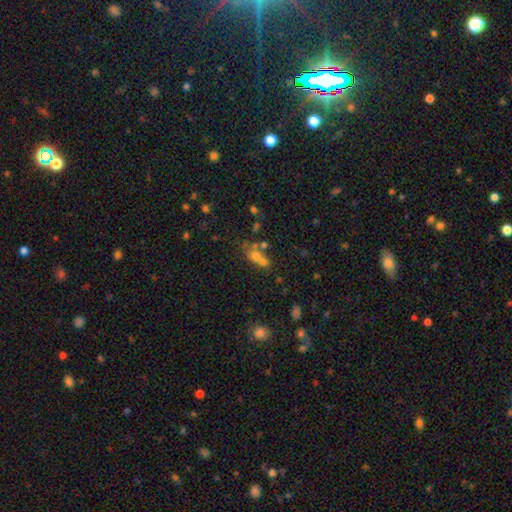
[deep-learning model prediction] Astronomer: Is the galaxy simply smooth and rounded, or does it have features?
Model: smooth — 58%.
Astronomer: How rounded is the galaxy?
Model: round — 60% (runner-up: in between, 37%).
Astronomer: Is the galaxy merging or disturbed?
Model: merger — 56%.